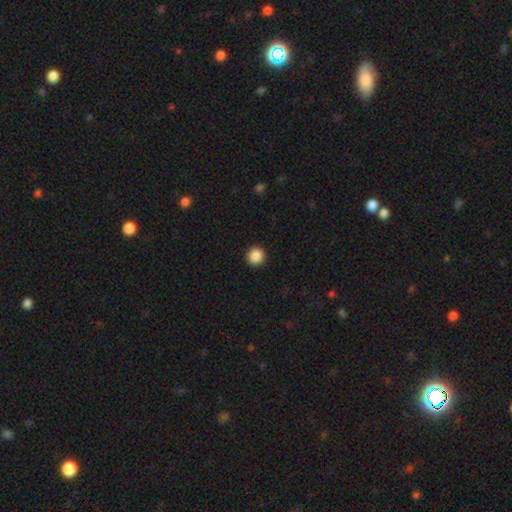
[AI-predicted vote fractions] This appears to be a smooth galaxy with no disk features (88%) that is round (96%). Merging: none (93%).